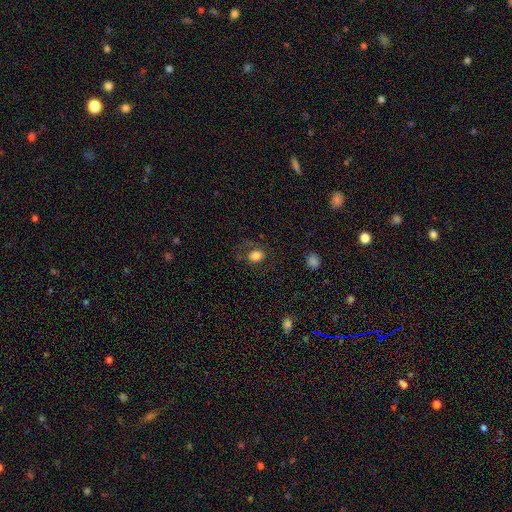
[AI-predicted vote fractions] This is likely a smooth galaxy (80%). How rounded: possibly round (57%). Merging: likely none (69%).